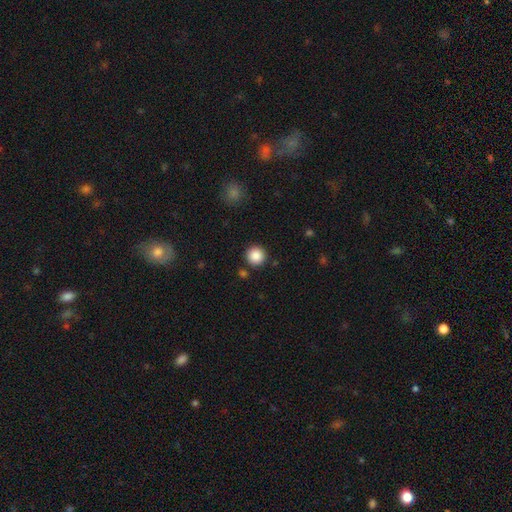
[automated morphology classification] Smooth or featured? Predicted: smooth (p=0.88). How rounded? Predicted: round (p=0.95). Merging? Predicted: none (p=0.89).